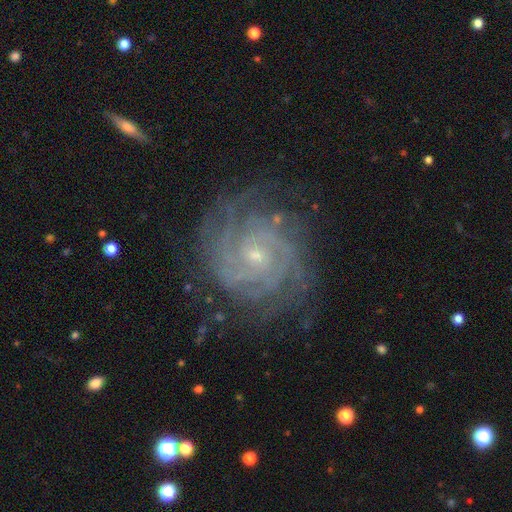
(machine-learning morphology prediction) Smooth or featured? Predicted: featured or disk (p=0.90). Edge-on disk? Predicted: no (p=0.98). Bar? Predicted: no (p=0.66). Spiral arms? Predicted: yes (p=0.98). Spiral winding? Predicted: tight (p=0.77). Spiral arm count? Predicted: can't tell (p=0.23). Bulge size? Predicted: small (p=0.77). Merging? Predicted: none (p=0.77).